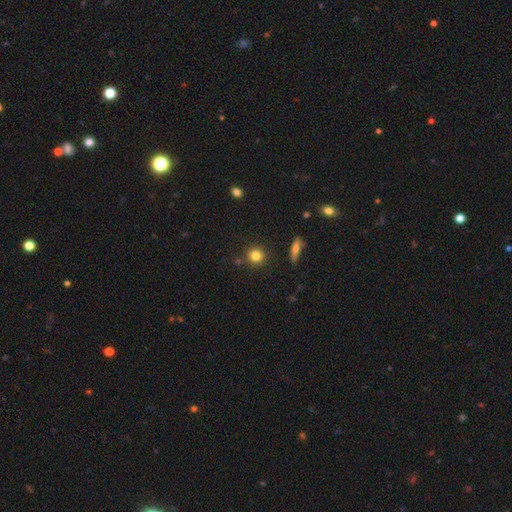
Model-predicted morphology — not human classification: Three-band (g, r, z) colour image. It shows a smooth galaxy with no disk features (81%) that is round (91%). Merging: none (85%).